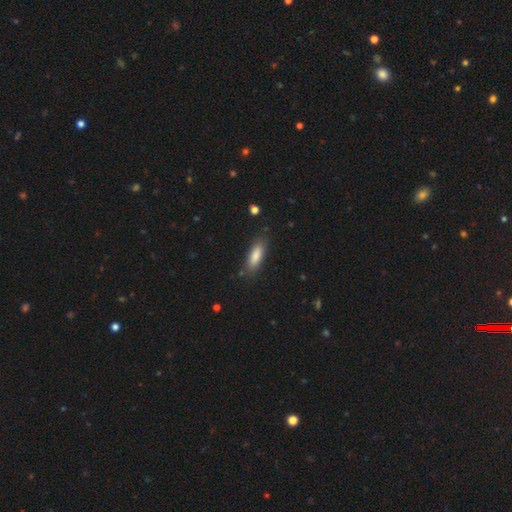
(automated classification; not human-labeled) Morphology: type=smooth (83%); roundness=in between (54%); merging=none (82%).